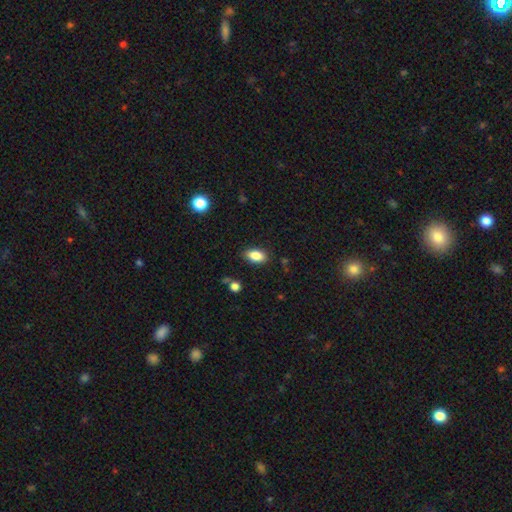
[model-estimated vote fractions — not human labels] A smooth galaxy with no disk features (86%) that is in between round and cigar-shaped (91%). Merging: none (85%).